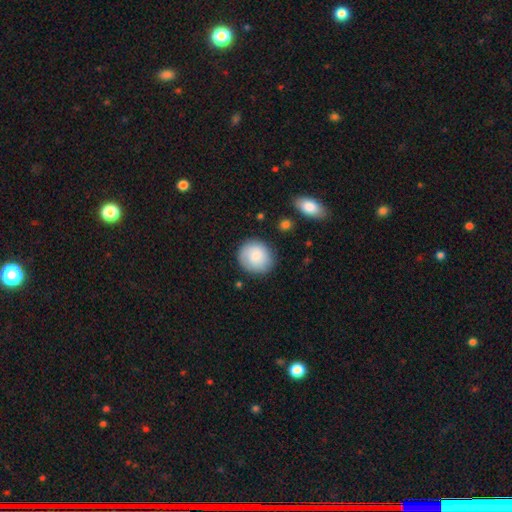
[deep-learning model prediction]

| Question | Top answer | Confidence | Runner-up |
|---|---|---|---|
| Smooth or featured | smooth | 81% | featured or disk (12%) |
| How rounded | round | 86% | in between (13%) |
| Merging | none | 82% | minor disturbance (12%) |